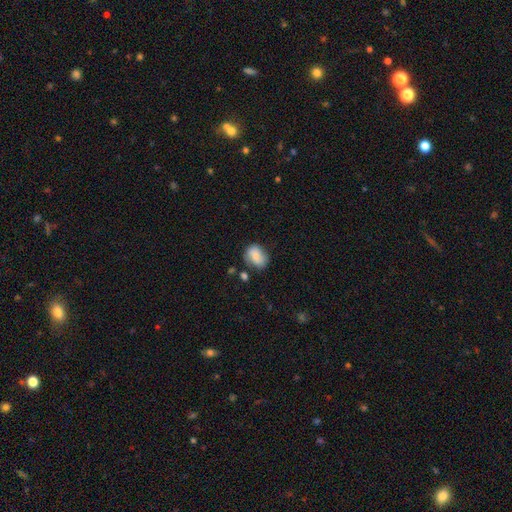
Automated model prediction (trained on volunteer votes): Overall: smooth (65%; featured or disk 26%). How rounded: in between (55%; round 43%). Merging: none (65%).